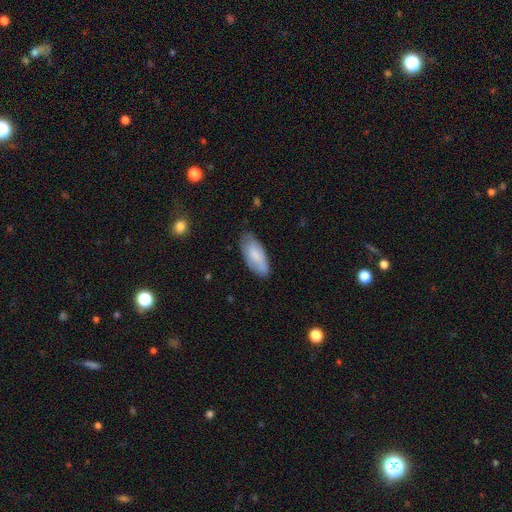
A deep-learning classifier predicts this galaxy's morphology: Smooth or featured? smooth (75%)
How rounded? in between (85%)
Merging? none (70%)